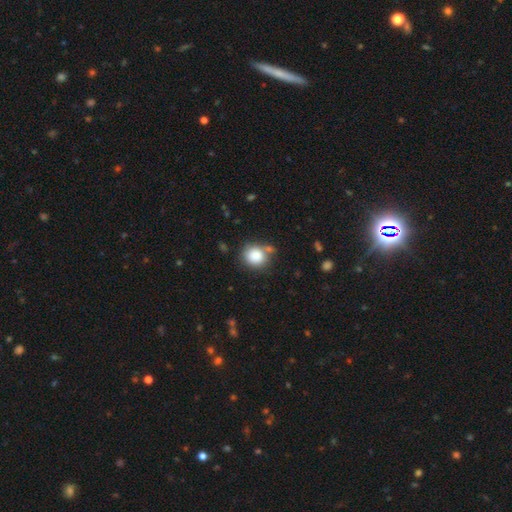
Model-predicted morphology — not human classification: A smooth galaxy with no disk features (86%) that is round (82%). Merging: none (71%).